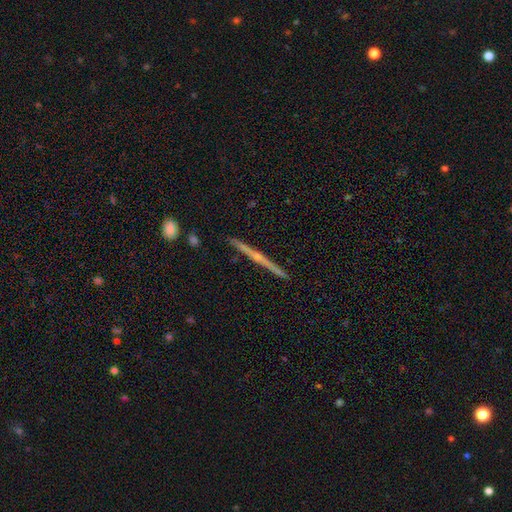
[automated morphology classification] A featured or disk galaxy (76%) viewed edge-on (98%) with a rounded central bulge (60%).

Vote fractions:
- Smooth or featured? featured or disk: 76% / smooth: 18% / star or artifact: 6%
- Edge-on disk? yes: 98% / no: 2%
- Edge-on bulge? rounded: 60% / none: 34% / boxy: 6%
- Merging? none: 91% / minor disturbance: 6% / merger: 1% / major disturbance: 1%